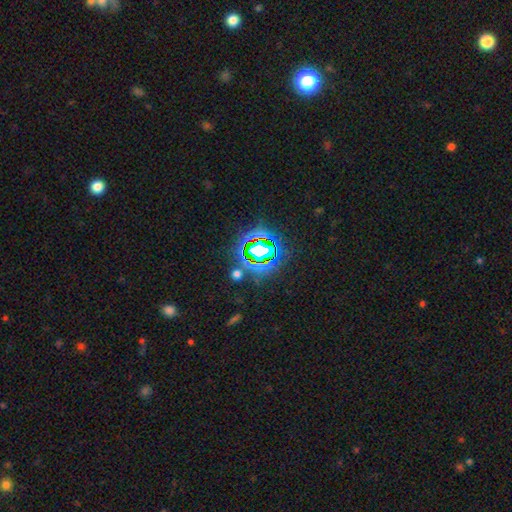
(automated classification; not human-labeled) A star or artifact, not a galaxy (74%).

Vote fractions:
- Smooth or featured? star or artifact: 74% / smooth: 16% / featured or disk: 10%